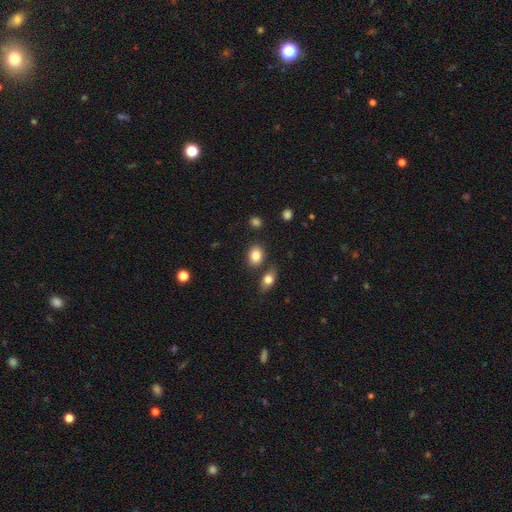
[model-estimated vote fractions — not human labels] Overall: smooth (83%). How rounded: in between (58%; round 40%). Merging: none (75%).